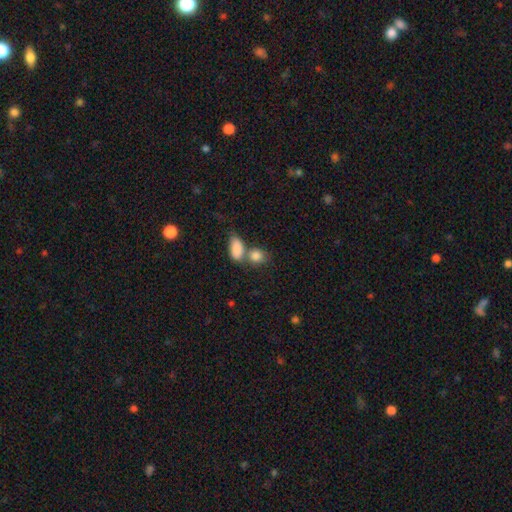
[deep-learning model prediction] smooth-or-featured: smooth: 85% | star or artifact: 8% | featured or disk: 7%
  how-rounded: in between: 63% | round: 35% | cigar-shaped: 2%
  merging: merger: 52% | none: 33% | minor disturbance: 10% | major disturbance: 5%